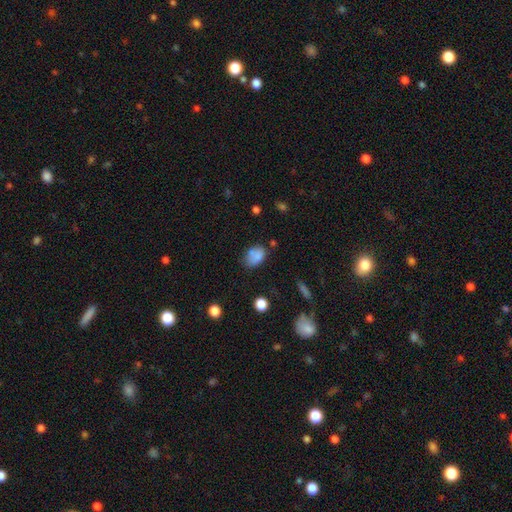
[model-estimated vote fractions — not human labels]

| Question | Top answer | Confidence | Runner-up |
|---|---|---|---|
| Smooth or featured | smooth | 80% | featured or disk (10%) |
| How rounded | in between | 80% | round (18%) |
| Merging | none | 55% | minor disturbance (27%) |